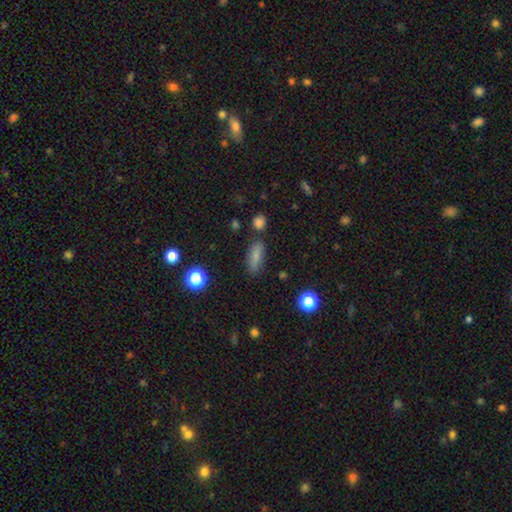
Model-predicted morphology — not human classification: A smooth galaxy with no disk features (81%) that is in between round and cigar-shaped (65%).

Vote fractions:
- Smooth or featured? smooth: 81% / star or artifact: 10% / featured or disk: 9%
- How rounded? in between: 65% / cigar-shaped: 31% / round: 5%
- Merging? none: 80% / minor disturbance: 12% / merger: 4% / major disturbance: 4%